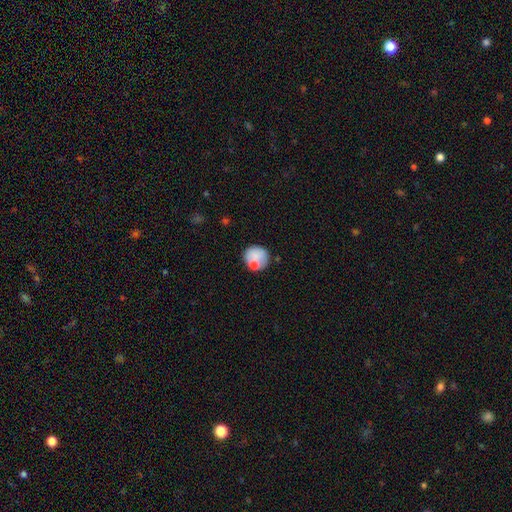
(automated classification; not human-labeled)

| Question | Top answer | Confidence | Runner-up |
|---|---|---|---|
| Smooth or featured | smooth | 73% | featured or disk (19%) |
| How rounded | round | 86% | in between (13%) |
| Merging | none | 62% | merger (16%) |